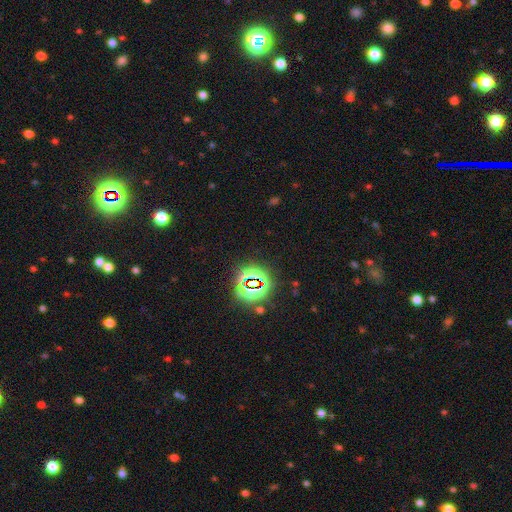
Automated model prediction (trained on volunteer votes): Smooth or featured?
  - star or artifact: 81% *
  - smooth: 11%
  - featured or disk: 8%